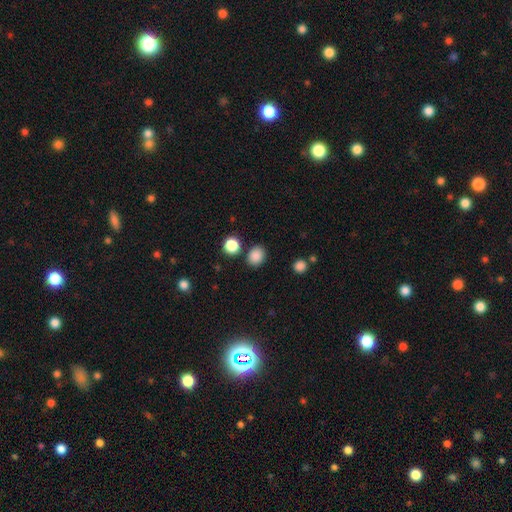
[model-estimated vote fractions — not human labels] Smooth or featured?
  - smooth: 86% *
  - star or artifact: 11%
  - featured or disk: 3%
How rounded?
  - round: 59% *
  - in between: 40%
  - cigar-shaped: 1%
Merging?
  - none: 82% *
  - minor disturbance: 9%
  - merger: 6%
  - major disturbance: 3%